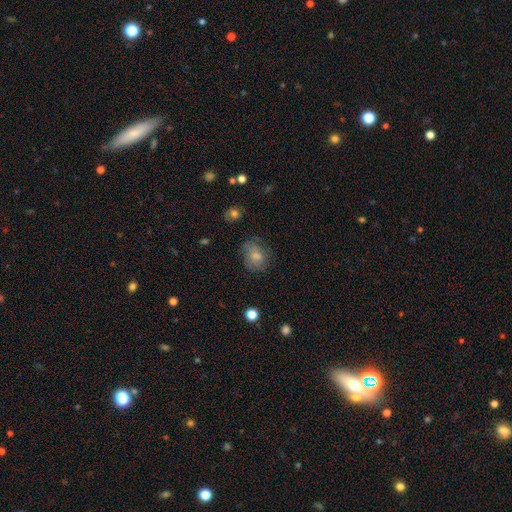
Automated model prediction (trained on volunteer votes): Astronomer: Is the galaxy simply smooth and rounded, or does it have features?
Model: smooth — 71%.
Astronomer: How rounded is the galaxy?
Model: round — 56% (runner-up: in between, 43%).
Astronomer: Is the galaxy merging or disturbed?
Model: none — 58%.